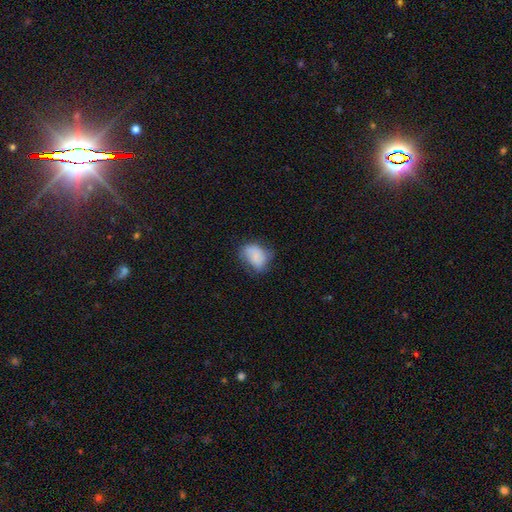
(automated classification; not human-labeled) Smooth or featured? Predicted: smooth (p=0.73). How rounded? Predicted: in between (p=0.73). Merging? Predicted: none (p=0.50).